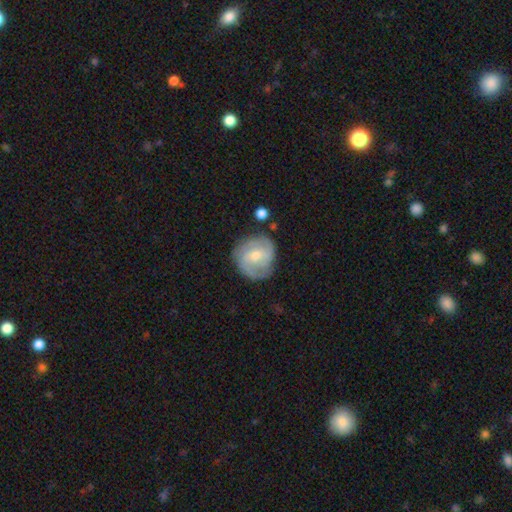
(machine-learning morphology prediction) A featured or disk galaxy (69%) with a weak bar (47%), 2 (36%) tight (44%) spiral arms (89%) and a small central bulge (50%). Merging: none (74%).